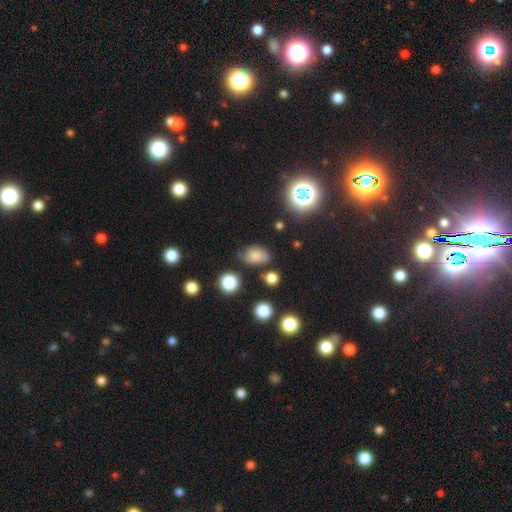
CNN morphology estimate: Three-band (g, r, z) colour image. It shows a smooth galaxy with no disk features (62%) that is in between round and cigar-shaped (81%). Merging: none (59%).